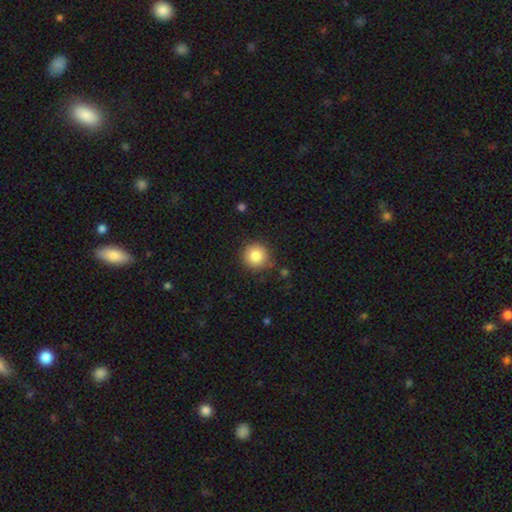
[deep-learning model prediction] This is clearly a smooth galaxy (84%). How rounded: clearly round (95%). Merging: clearly none (87%).